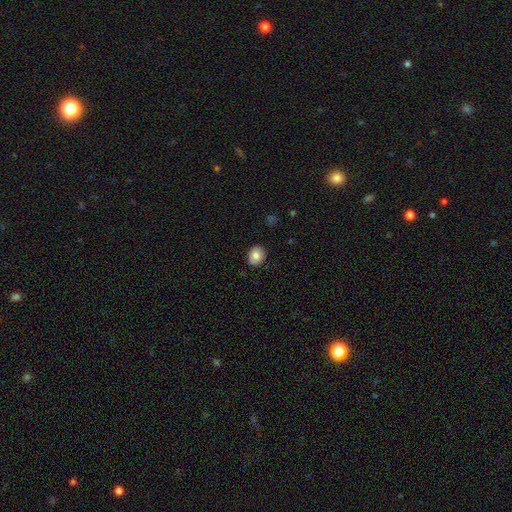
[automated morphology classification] The model was most divided on "how rounded": round: 52%, in between: 47%, cigar-shaped: 1%. More confident: merging — none (88%); smooth or featured — smooth (81%).